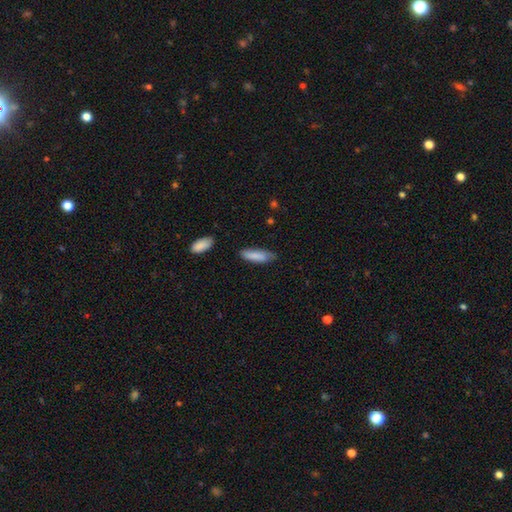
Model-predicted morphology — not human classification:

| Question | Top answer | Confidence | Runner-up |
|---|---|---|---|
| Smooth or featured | smooth | 84% | featured or disk (10%) |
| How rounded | cigar-shaped | 55% | in between (43%) |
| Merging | none | 72% | minor disturbance (21%) |